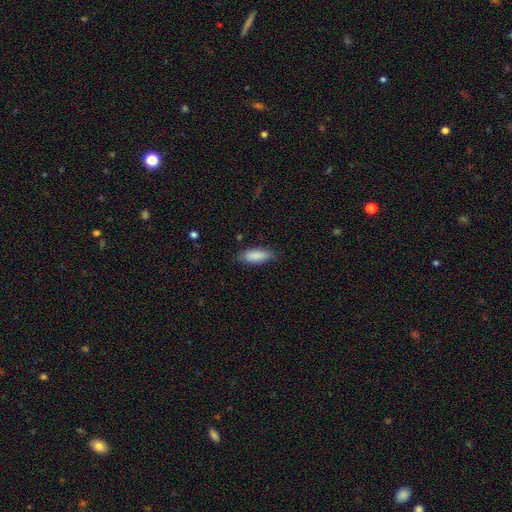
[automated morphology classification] This appears to be a smooth galaxy with no disk features (88%) that is in between round and cigar-shaped (77%). Merging: none (80%).